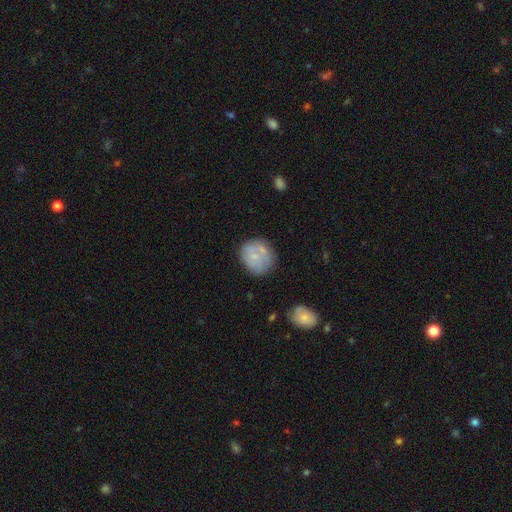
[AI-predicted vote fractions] Smooth or featured?
  - smooth: 54% *
  - featured or disk: 39%
  - star or artifact: 7%
How rounded?
  - round: 75% *
  - in between: 24%
  - cigar-shaped: 1%
Merging?
  - none: 65% *
  - minor disturbance: 22%
  - major disturbance: 9%
  - merger: 5%